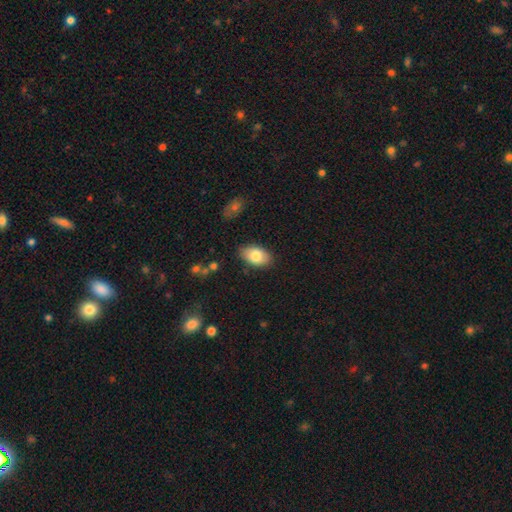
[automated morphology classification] smooth-or-featured: smooth: 81% | featured or disk: 13% | star or artifact: 7%
  how-rounded: in between: 92% | round: 7% | cigar-shaped: 1%
  merging: none: 84% | minor disturbance: 12% | major disturbance: 2% | merger: 2%